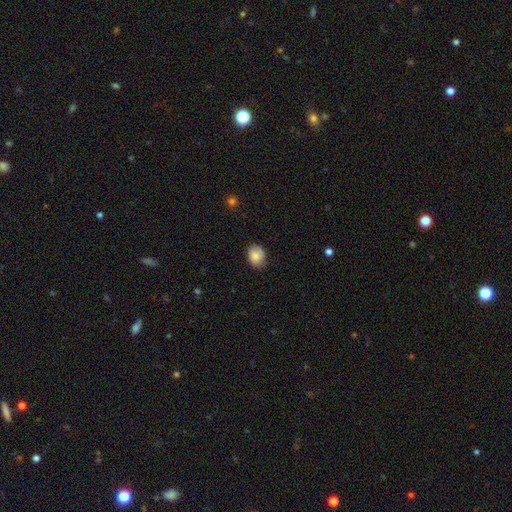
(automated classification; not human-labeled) Morphology: type=smooth (81%); roundness=in between (53%); merging=none (73%).